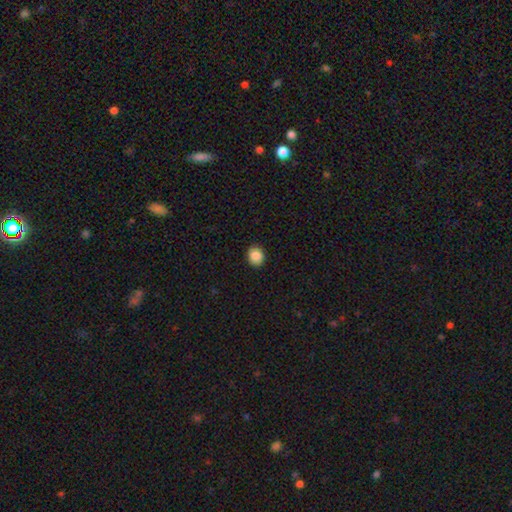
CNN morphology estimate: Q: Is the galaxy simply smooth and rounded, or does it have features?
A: smooth — 87%.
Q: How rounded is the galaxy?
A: round — 66%.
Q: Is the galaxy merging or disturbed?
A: none — 90%.